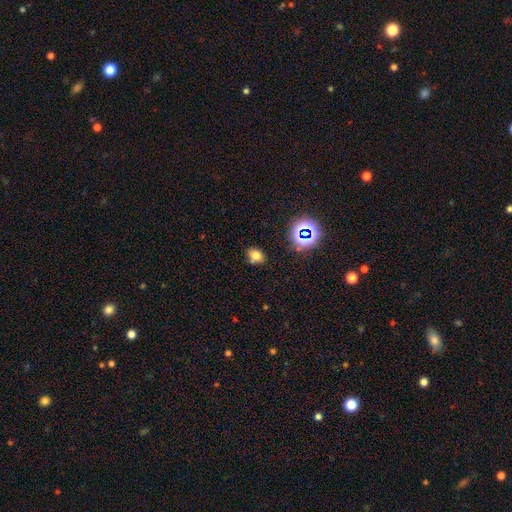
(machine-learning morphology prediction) smooth_or_featured: smooth (p=0.72) [alt: star or artifact p=0.20]
how_rounded: in between (p=0.51) [alt: round p=0.48]
merging: none (p=0.78) [alt: minor disturbance p=0.15]